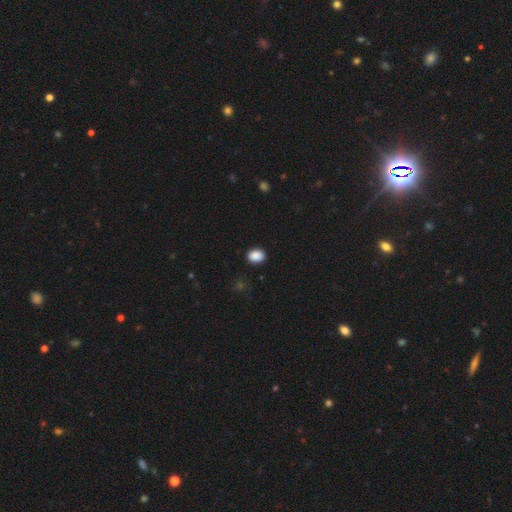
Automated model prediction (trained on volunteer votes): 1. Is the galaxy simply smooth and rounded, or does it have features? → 89% smooth, 9% star or artifact, 3% featured or disk.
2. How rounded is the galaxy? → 57% in between, 42% round, 1% cigar-shaped.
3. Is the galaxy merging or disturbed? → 89% none, 8% minor disturbance, 2% major disturbance, 1% merger.